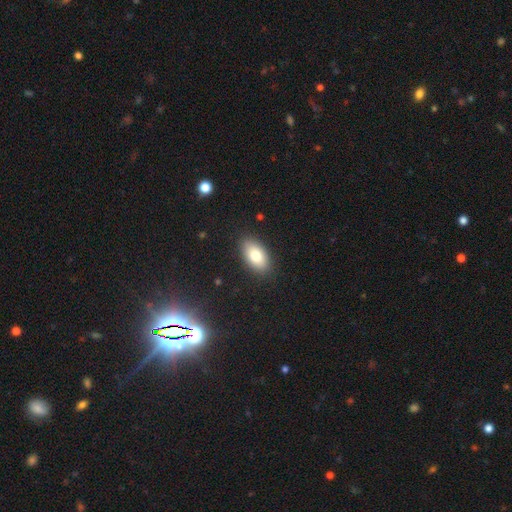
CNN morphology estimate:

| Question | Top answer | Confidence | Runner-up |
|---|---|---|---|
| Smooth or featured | smooth | 80% | featured or disk (13%) |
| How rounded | in between | 93% | round (4%) |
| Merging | none | 87% | minor disturbance (9%) |